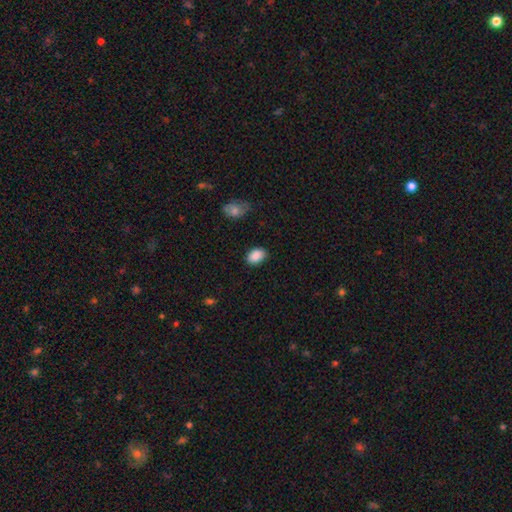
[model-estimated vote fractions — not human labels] Morphology: type=smooth (89%); roundness=in between (81%); merging=none (84%).